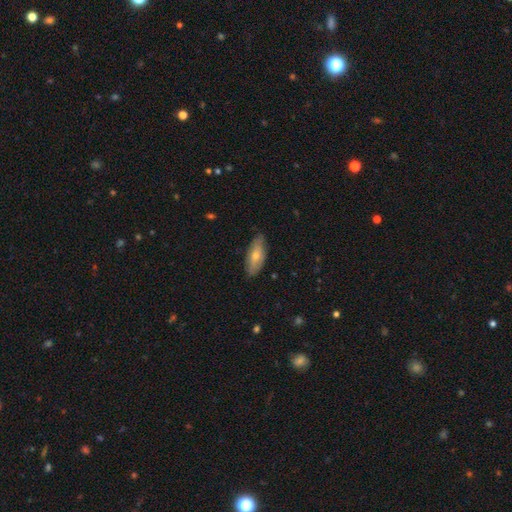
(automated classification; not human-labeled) A smooth galaxy with no disk features (55%) that is in between round and cigar-shaped (75%).

Vote fractions:
- Smooth or featured? smooth: 55% / featured or disk: 38% / star or artifact: 7%
- How rounded? in between: 75% / cigar-shaped: 23% / round: 3%
- Merging? none: 81% / minor disturbance: 16% / major disturbance: 2% / merger: 1%